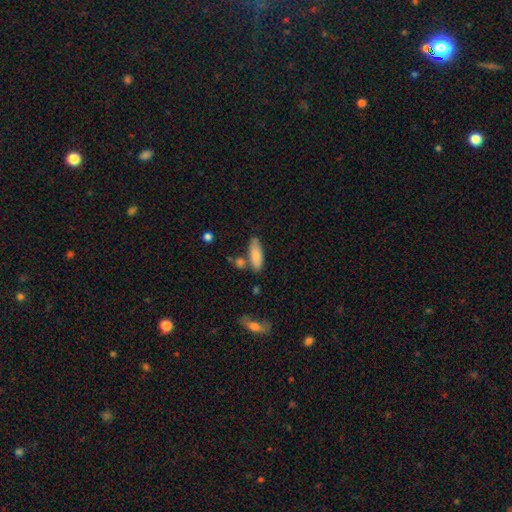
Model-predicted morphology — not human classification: Smooth or featured?
  - smooth: 82% *
  - featured or disk: 12%
  - star or artifact: 6%
How rounded?
  - in between: 67% *
  - cigar-shaped: 31%
  - round: 2%
Merging?
  - none: 67% *
  - minor disturbance: 17%
  - merger: 12%
  - major disturbance: 4%